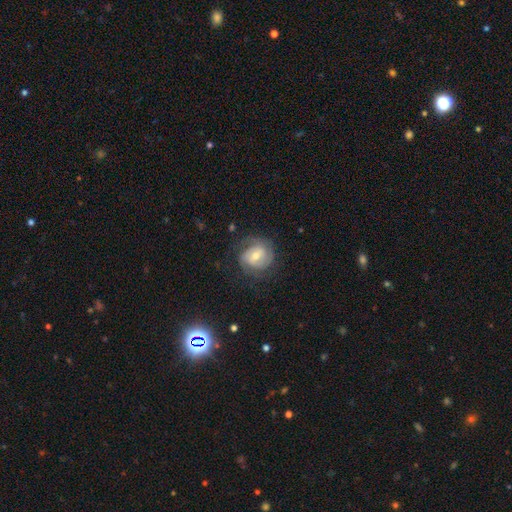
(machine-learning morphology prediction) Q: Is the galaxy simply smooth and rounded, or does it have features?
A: featured or disk — 72%.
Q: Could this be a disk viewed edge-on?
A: no — 98%.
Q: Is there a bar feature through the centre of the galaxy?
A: weak — 48%.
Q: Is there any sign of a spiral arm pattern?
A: yes — 90%.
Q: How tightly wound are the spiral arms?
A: tight — 53%.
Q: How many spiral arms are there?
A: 2 — 48%.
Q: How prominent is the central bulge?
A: moderate — 58%.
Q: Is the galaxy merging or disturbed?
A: none — 68%.